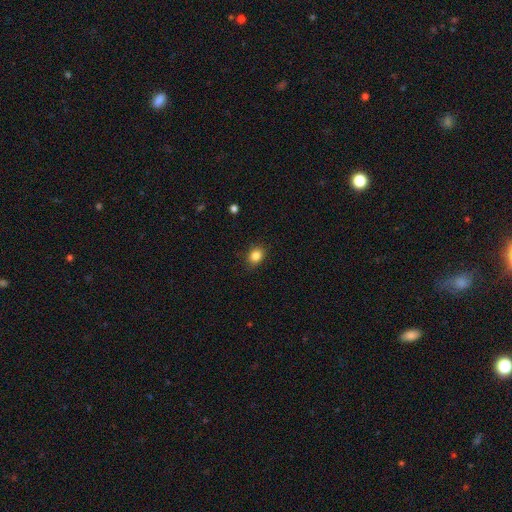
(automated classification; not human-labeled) Morphology: type=smooth (85%); roundness=round (51%); merging=none (86%).